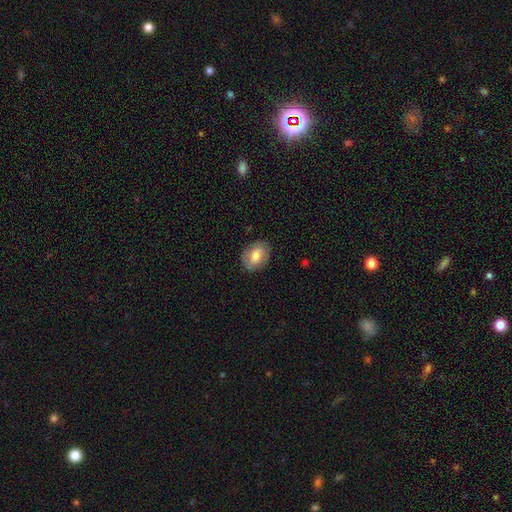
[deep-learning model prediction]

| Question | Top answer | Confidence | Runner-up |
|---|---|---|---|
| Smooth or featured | smooth | 74% | featured or disk (19%) |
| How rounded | in between | 74% | round (24%) |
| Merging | none | 83% | minor disturbance (12%) |